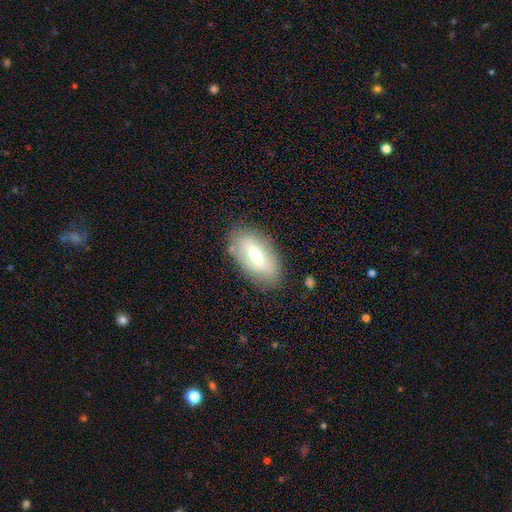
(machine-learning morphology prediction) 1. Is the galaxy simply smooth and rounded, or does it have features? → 48% smooth, 44% featured or disk, 8% star or artifact.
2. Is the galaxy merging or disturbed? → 81% none, 13% minor disturbance, 4% major disturbance, 2% merger.